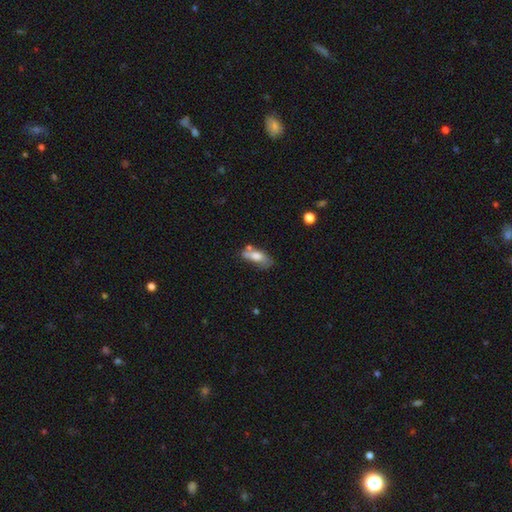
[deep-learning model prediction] Overall: smooth (64%; featured or disk 27%). How rounded: in between (75%). Merging: none (41%; minor disturbance 26%).